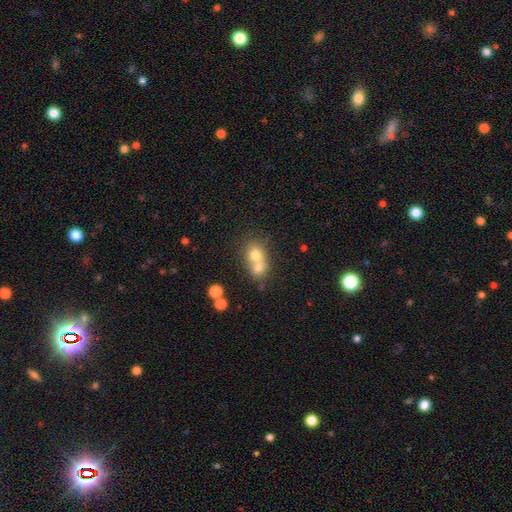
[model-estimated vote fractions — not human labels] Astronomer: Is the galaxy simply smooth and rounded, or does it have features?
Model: smooth — 71%.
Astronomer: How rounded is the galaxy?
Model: round — 64%.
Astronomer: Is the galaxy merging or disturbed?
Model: merger — 67%.